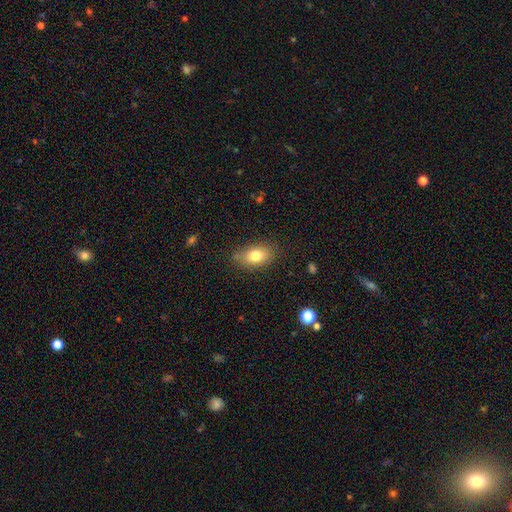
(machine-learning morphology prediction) A smooth galaxy with no disk features (78%) that is in between round and cigar-shaped (85%).

Vote fractions:
- Smooth or featured? smooth: 78% / featured or disk: 13% / star or artifact: 9%
- How rounded? in between: 85% / round: 12% / cigar-shaped: 3%
- Merging? none: 80% / minor disturbance: 15% / major disturbance: 4% / merger: 2%